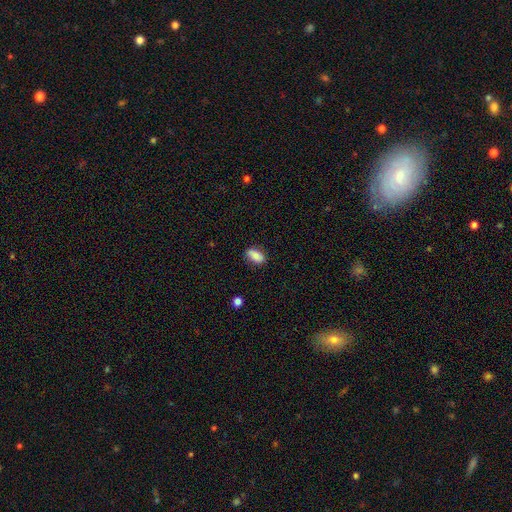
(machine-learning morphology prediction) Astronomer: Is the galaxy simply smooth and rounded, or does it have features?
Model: smooth — 80%.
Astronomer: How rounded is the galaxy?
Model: in between — 89%.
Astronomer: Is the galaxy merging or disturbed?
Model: none — 80%.